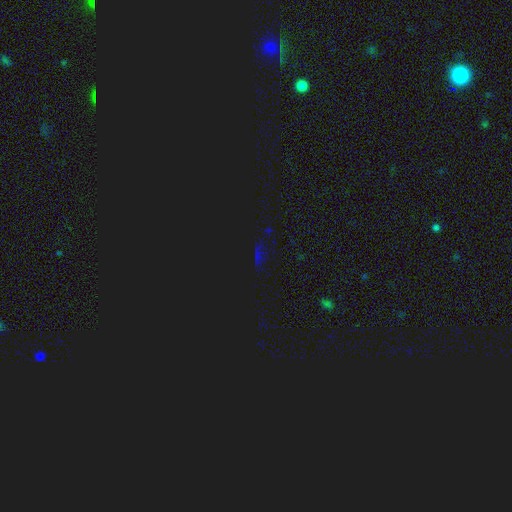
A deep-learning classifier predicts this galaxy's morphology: A star or artifact, not a galaxy (77%).

Vote fractions:
- Smooth or featured? star or artifact: 77% / smooth: 16% / featured or disk: 8%